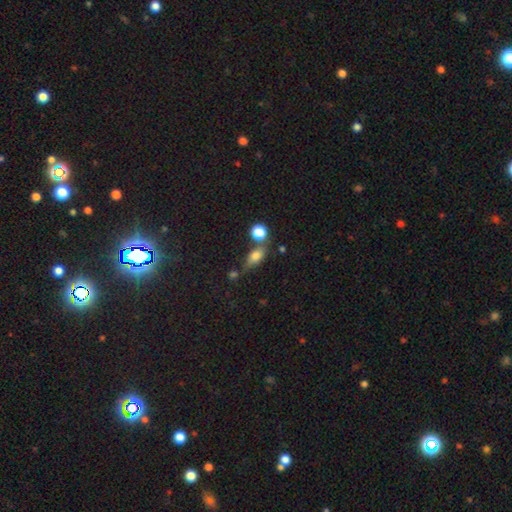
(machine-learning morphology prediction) type=smooth (75%); roundness=in between (75%); merging=none (59%).